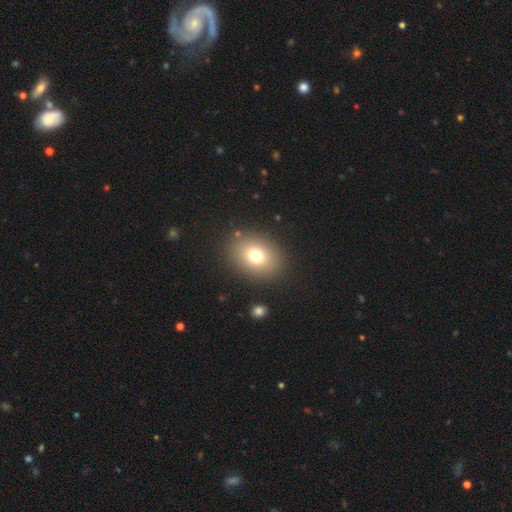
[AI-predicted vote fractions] Overall: smooth (75%). How rounded: in between (61%; round 38%). Merging: none (87%).